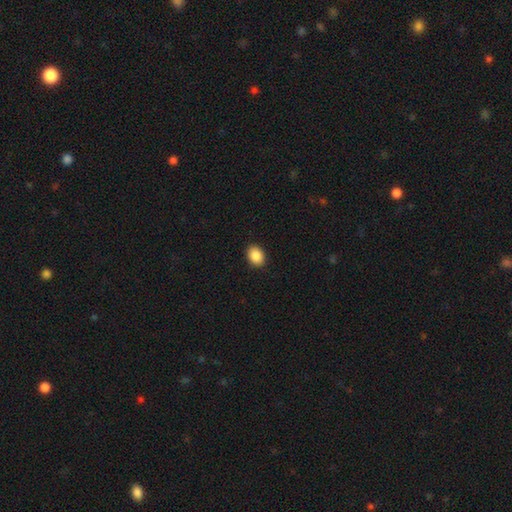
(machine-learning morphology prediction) Smooth or featured: smooth — 88% (star or artifact — 8%)
How rounded: in between — 67% (round — 32%)
Merging: none — 91% (minor disturbance — 6%)